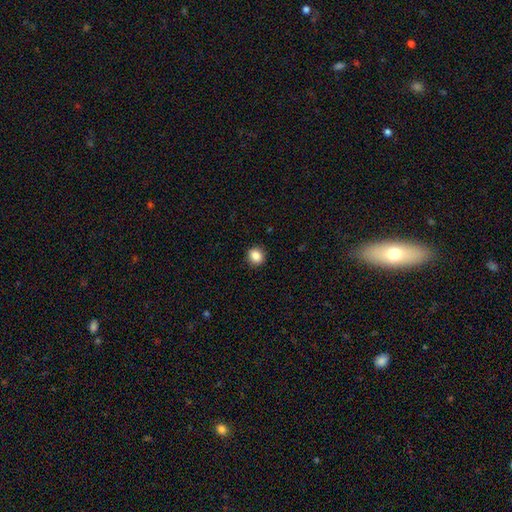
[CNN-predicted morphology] A smooth galaxy with no disk features (86%) that is round (80%).

Vote fractions:
- Smooth or featured? smooth: 86% / star or artifact: 10% / featured or disk: 4%
- How rounded? round: 80% / in between: 19% / cigar-shaped: 1%
- Merging? none: 91% / minor disturbance: 6% / major disturbance: 2% / merger: 1%